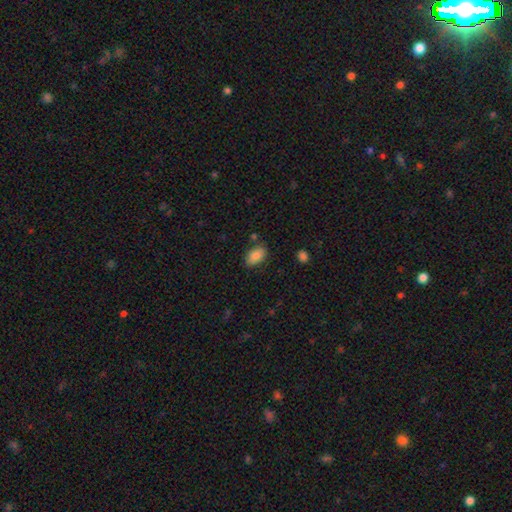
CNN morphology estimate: Smooth or featured: smooth — 85% (featured or disk — 8%)
How rounded: in between — 91% (round — 7%)
Merging: none — 79% (minor disturbance — 14%)